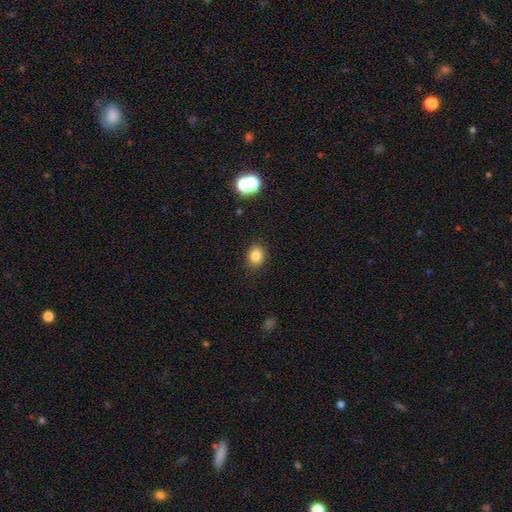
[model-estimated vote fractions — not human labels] This is clearly a smooth galaxy (82%). How rounded: possibly round (56%). Merging: clearly none (88%).